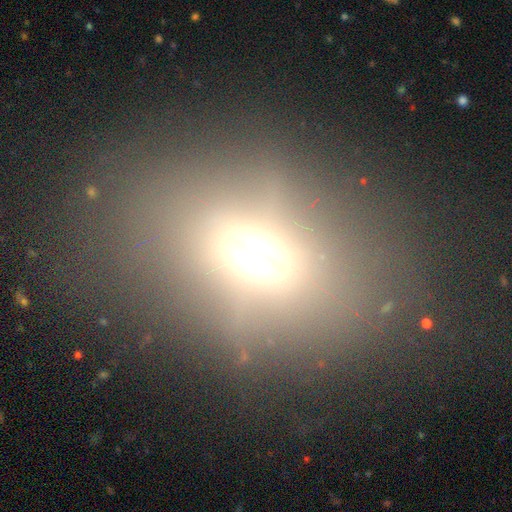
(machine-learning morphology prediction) Q: Smooth or featured?
A: smooth (57%); runner-up: star or artifact (23%)
Q: How rounded?
A: in between (66%); runner-up: round (30%)
Q: Merging?
A: none (71%); runner-up: minor disturbance (14%)